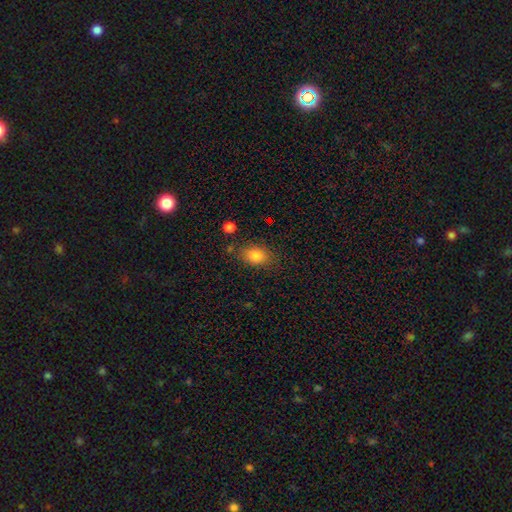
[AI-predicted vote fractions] Smooth or featured? smooth (84%)
How rounded? in between (79%)
Merging? none (75%)